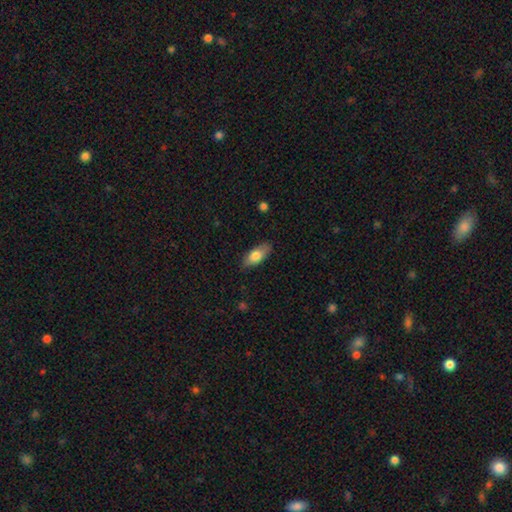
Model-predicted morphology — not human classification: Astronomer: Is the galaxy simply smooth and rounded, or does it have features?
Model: smooth — 74%.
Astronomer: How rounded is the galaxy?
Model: in between — 82%.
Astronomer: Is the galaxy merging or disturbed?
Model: none — 84%.